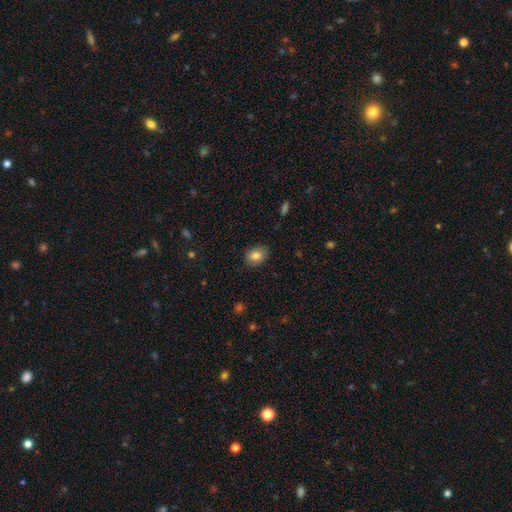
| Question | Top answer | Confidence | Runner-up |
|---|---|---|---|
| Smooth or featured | smooth | 90% | featured or disk (5%) |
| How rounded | in between | 78% | round (22%) |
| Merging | none | 76% | minor disturbance (18%) |